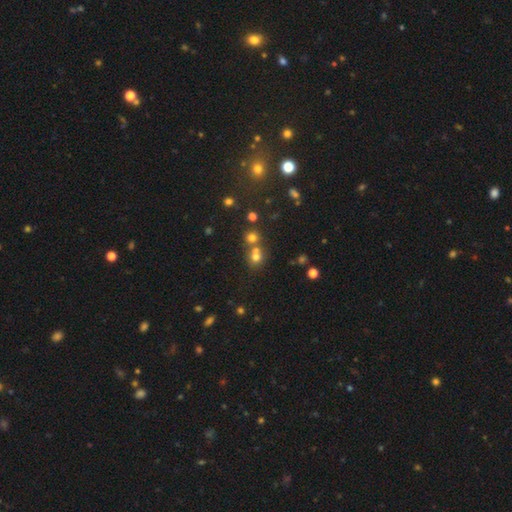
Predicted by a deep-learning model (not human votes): smooth-or-featured: smooth: 64% | star or artifact: 25% | featured or disk: 12%
  how-rounded: round: 81% | in between: 18% | cigar-shaped: 1%
  merging: none: 48% | merger: 43% | minor disturbance: 6% | major disturbance: 3%